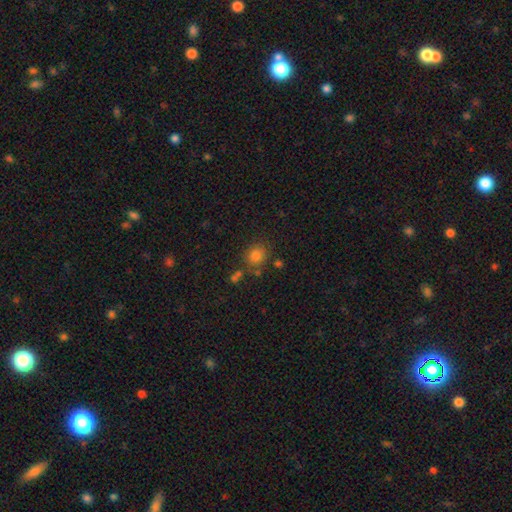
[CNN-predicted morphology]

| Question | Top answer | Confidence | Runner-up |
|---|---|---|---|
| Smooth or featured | smooth | 78% | star or artifact (16%) |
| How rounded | round | 77% | in between (22%) |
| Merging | none | 74% | minor disturbance (12%) |